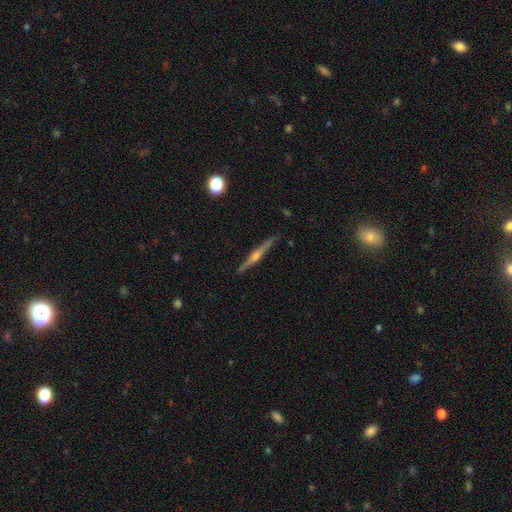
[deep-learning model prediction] featured or disk 83%, smooth 11%, star or artifact 6%. Down the decision tree: edge-on disk — yes (98%); edge-on bulge — rounded (92%); merging — none (91%).